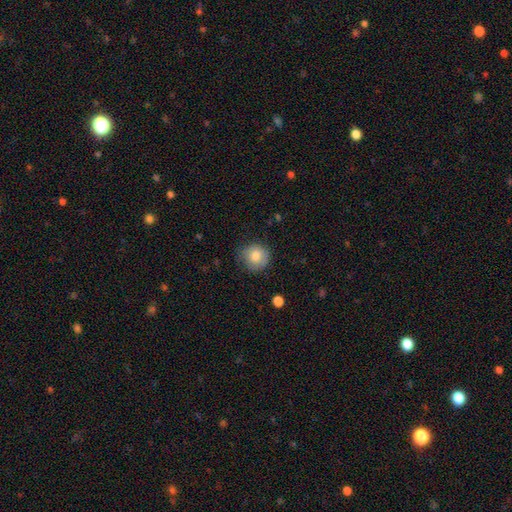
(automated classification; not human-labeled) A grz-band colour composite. It shows a smooth galaxy with no disk features (80%) that is round (90%). Merging: none (73%).